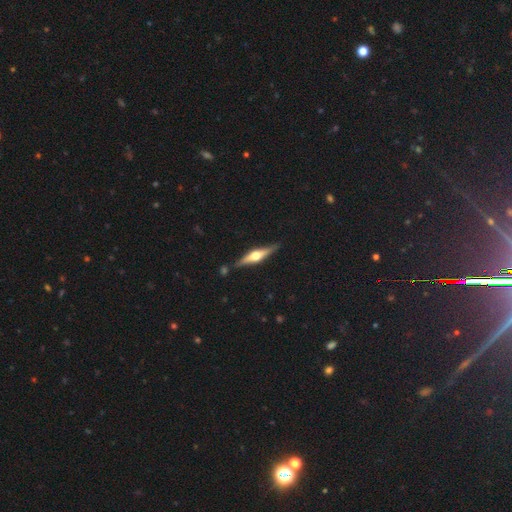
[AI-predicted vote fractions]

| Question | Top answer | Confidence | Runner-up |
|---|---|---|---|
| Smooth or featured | featured or disk | 73% | smooth (22%) |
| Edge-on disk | yes | 97% | no (3%) |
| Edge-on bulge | rounded | 94% | boxy (4%) |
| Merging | none | 85% | minor disturbance (10%) |